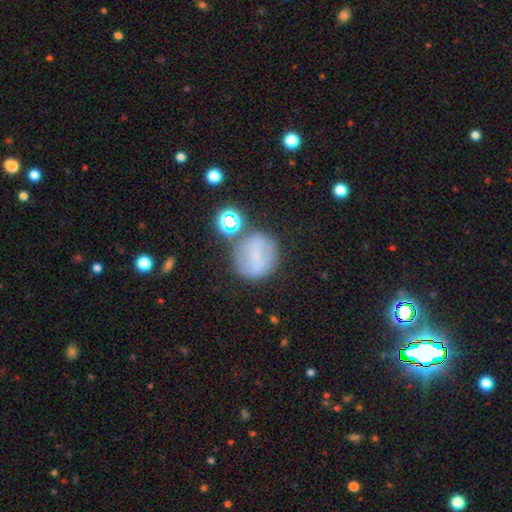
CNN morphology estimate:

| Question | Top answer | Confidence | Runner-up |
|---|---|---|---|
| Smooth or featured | smooth | 58% | featured or disk (29%) |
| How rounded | round | 80% | in between (18%) |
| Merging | none | 68% | minor disturbance (16%) |